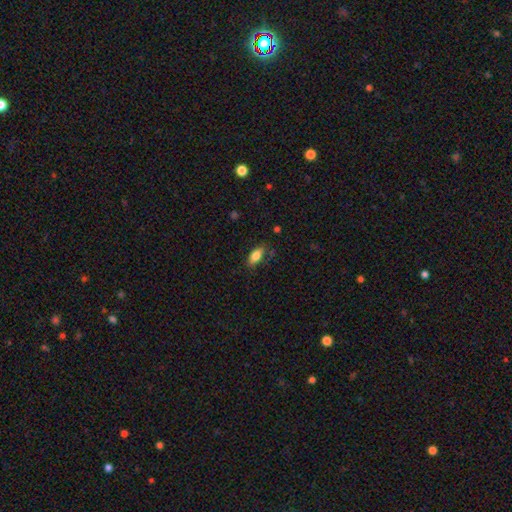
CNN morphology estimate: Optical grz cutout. It shows a smooth galaxy with no disk features (81%) that is in between round and cigar-shaped (88%). Merging: none (77%).